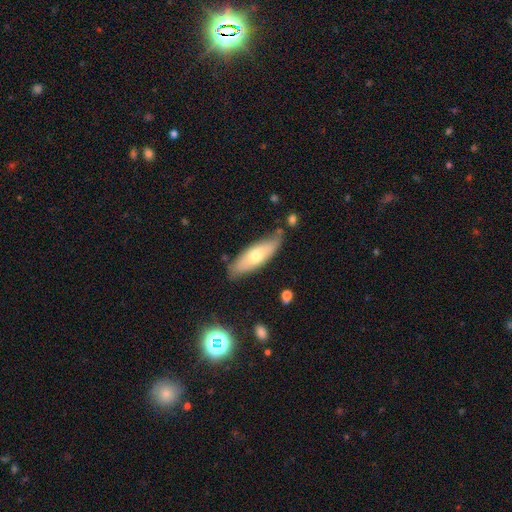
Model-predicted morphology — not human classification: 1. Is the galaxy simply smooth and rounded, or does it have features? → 58% smooth, 36% featured or disk, 6% star or artifact.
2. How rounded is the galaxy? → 54% in between, 44% cigar-shaped, 2% round.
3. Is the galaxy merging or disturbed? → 74% none, 19% minor disturbance, 4% major disturbance, 4% merger.